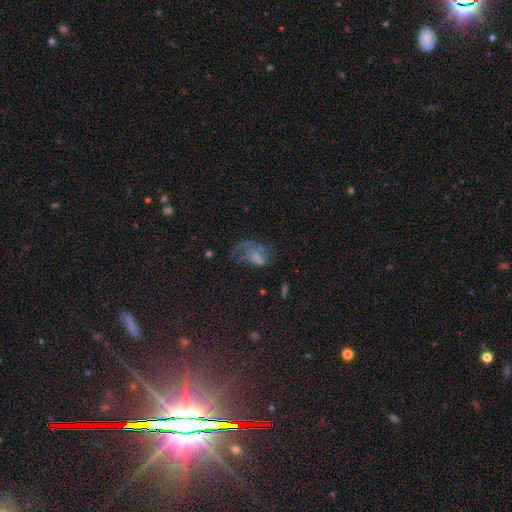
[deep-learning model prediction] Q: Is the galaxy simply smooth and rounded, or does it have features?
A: featured or disk — 45%.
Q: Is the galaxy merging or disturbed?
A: major disturbance — 55%.